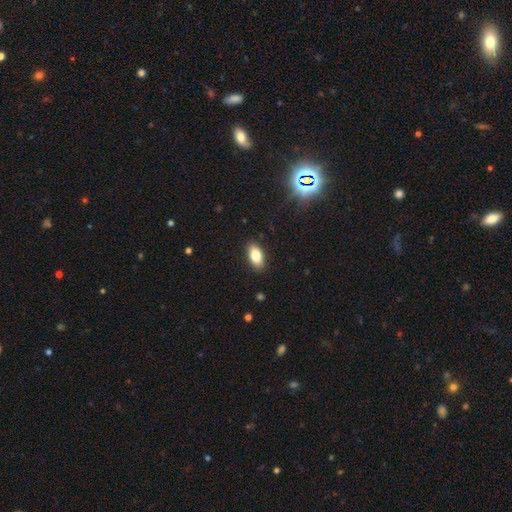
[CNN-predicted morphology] The model was most divided on "smooth or featured": smooth: 82%, featured or disk: 9%, star or artifact: 8%. More confident: how rounded — in between (91%); merging — none (88%).